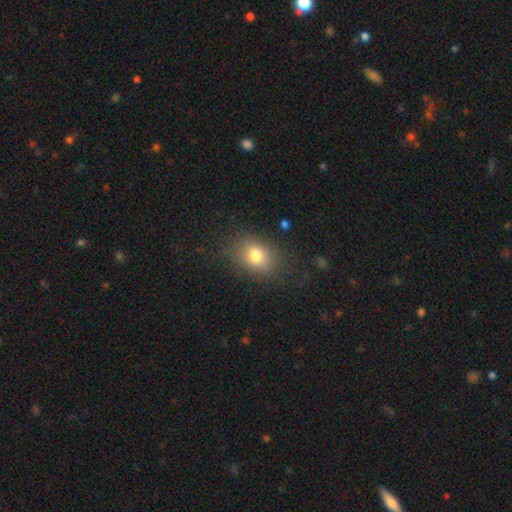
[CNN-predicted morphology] Q: Smooth or featured?
A: smooth (78%); runner-up: star or artifact (12%)
Q: How rounded?
A: in between (65%); runner-up: round (33%)
Q: Merging?
A: none (79%); runner-up: minor disturbance (14%)